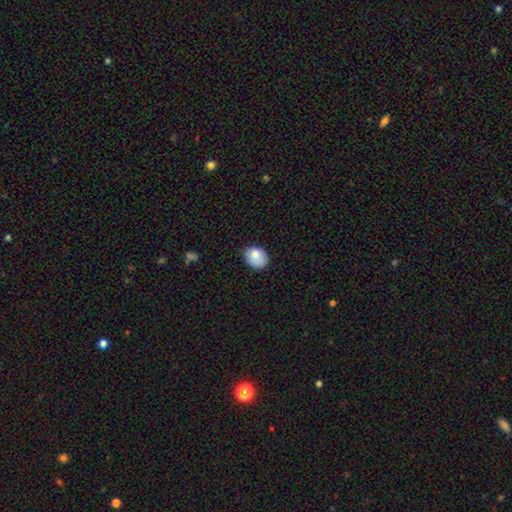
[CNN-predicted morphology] A smooth galaxy with no disk features (84%) that is in between round and cigar-shaped (56%).

Vote fractions:
- Smooth or featured? smooth: 84% / star or artifact: 8% / featured or disk: 8%
- How rounded? in between: 56% / round: 43% / cigar-shaped: 1%
- Merging? none: 74% / minor disturbance: 21% / major disturbance: 4% / merger: 1%